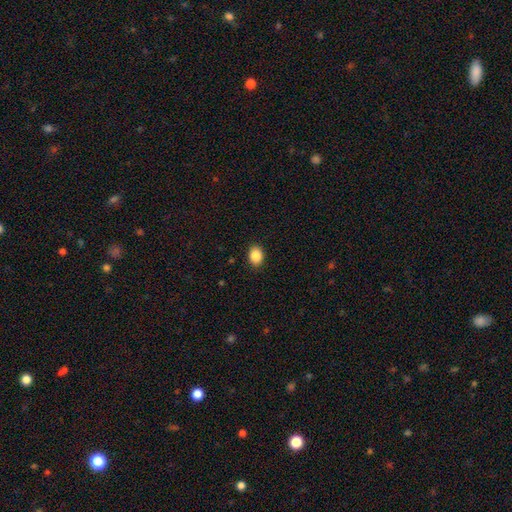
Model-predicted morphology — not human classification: The model was most divided on "how rounded": in between: 65%, round: 34%, cigar-shaped: 1%. More confident: merging — none (90%); smooth or featured — smooth (87%).